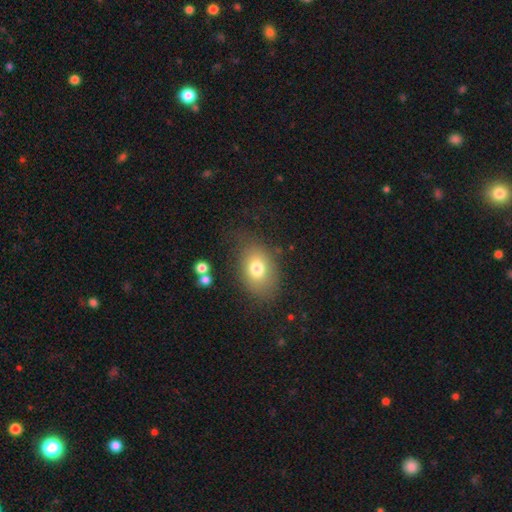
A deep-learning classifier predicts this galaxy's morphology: type=smooth (65%); roundness=in between (72%); merging=none (82%).